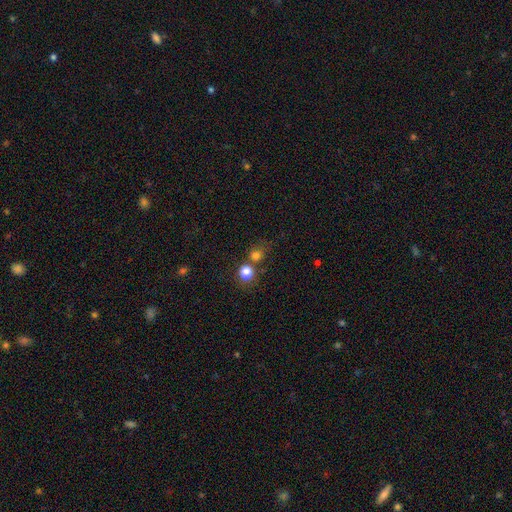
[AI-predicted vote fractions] A smooth galaxy with no disk features (76%) that is round (84%). Merging: none (58%).